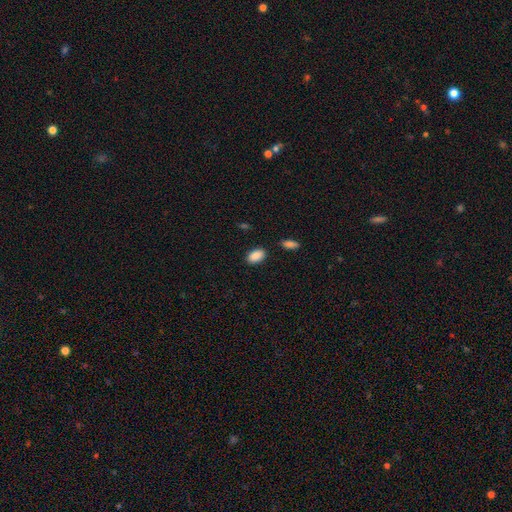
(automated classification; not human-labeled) smooth_or_featured: smooth (p=0.89) [alt: star or artifact p=0.07]
how_rounded: in between (p=0.92) [alt: round p=0.06]
merging: none (p=0.85) [alt: minor disturbance p=0.09]